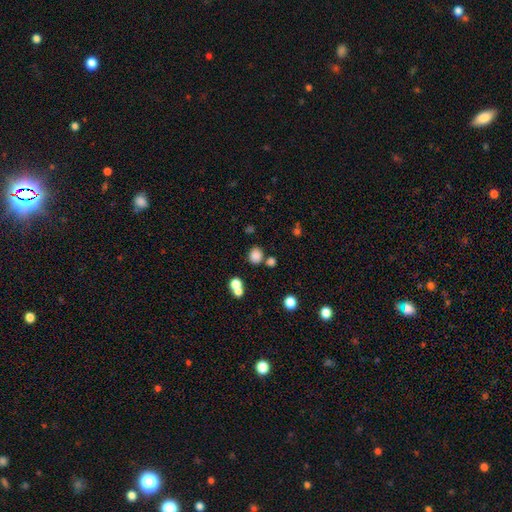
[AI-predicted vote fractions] Smooth or featured: smooth — 81% (star or artifact — 14%)
How rounded: round — 74% (in between — 25%)
Merging: none — 72% (merger — 13%)